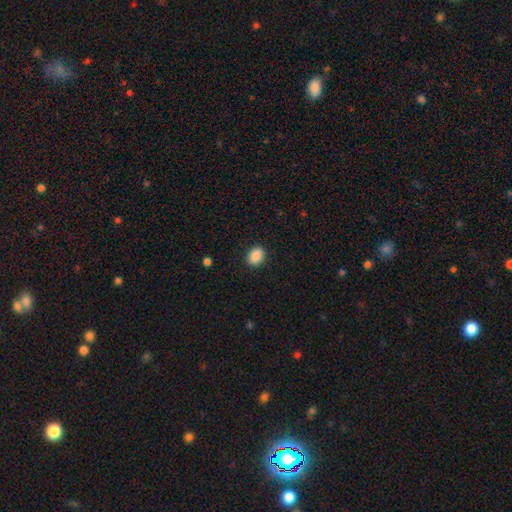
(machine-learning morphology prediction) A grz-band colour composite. It shows a smooth galaxy with no disk features (88%) that is in between round and cigar-shaped (62%). Merging: none (90%).